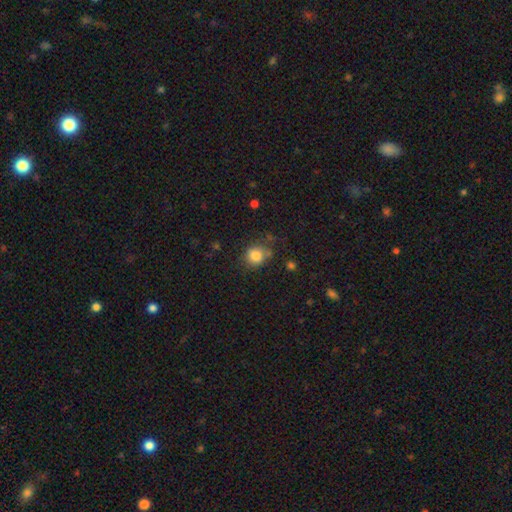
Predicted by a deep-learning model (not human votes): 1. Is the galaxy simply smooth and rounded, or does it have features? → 84% smooth, 10% star or artifact, 6% featured or disk.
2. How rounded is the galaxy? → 79% round, 20% in between, 1% cigar-shaped.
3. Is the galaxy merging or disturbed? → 70% none, 18% minor disturbance, 6% major disturbance, 6% merger.